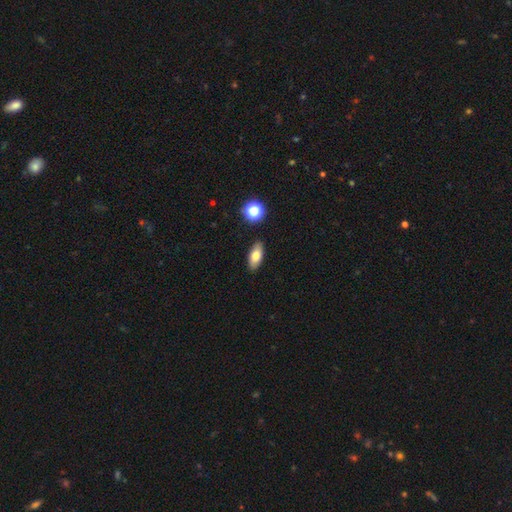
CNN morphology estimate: Overall: smooth (76%). How rounded: in between (84%). Merging: none (88%).